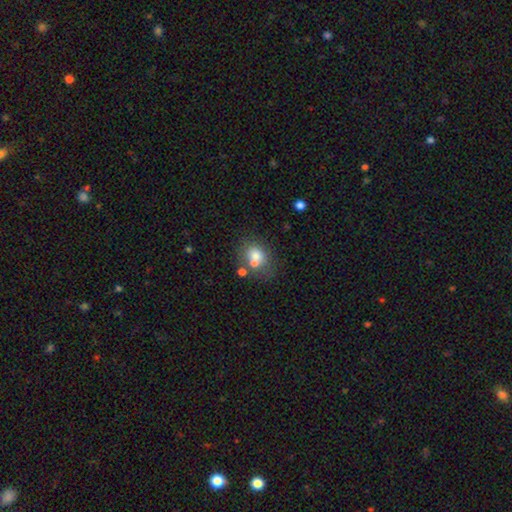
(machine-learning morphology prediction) Smooth or featured? smooth (70%)
How rounded? round (61%)
Merging? none (47%)